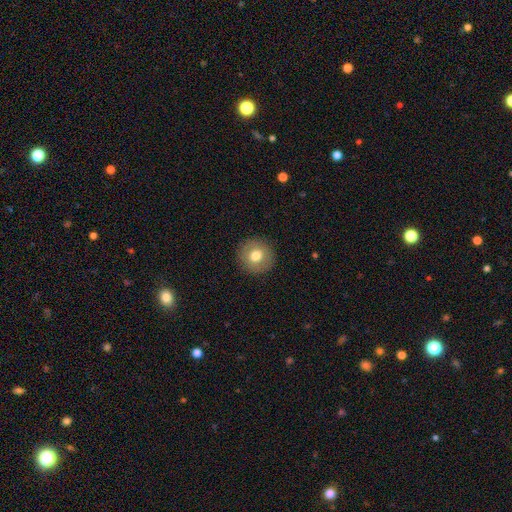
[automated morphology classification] type=smooth (75%); roundness=round (94%); merging=none (91%).